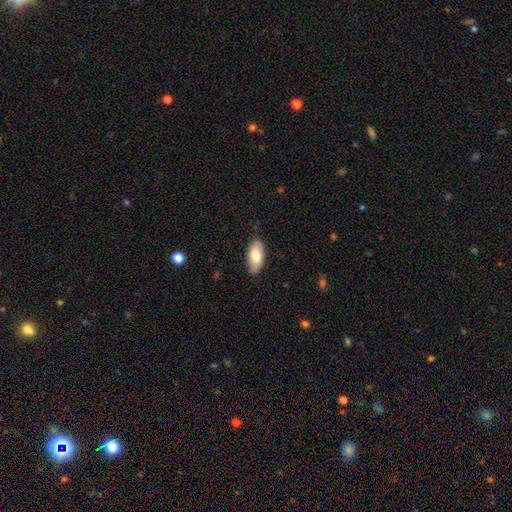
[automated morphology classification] A smooth galaxy with no disk features (70%) that is in between round and cigar-shaped (90%). Merging: none (84%).